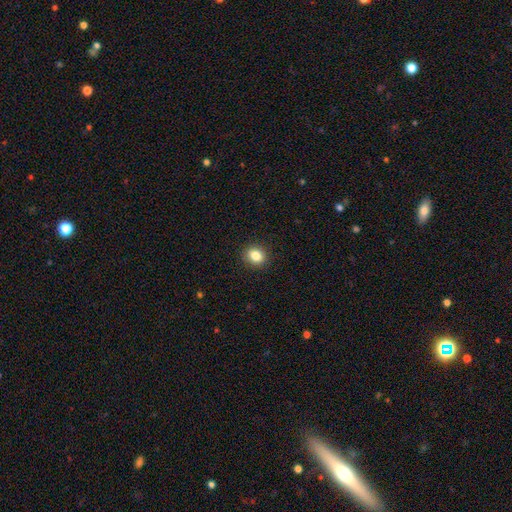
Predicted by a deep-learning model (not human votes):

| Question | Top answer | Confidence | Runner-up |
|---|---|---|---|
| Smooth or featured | smooth | 84% | star or artifact (10%) |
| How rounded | round | 60% | in between (39%) |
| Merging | none | 90% | minor disturbance (7%) |